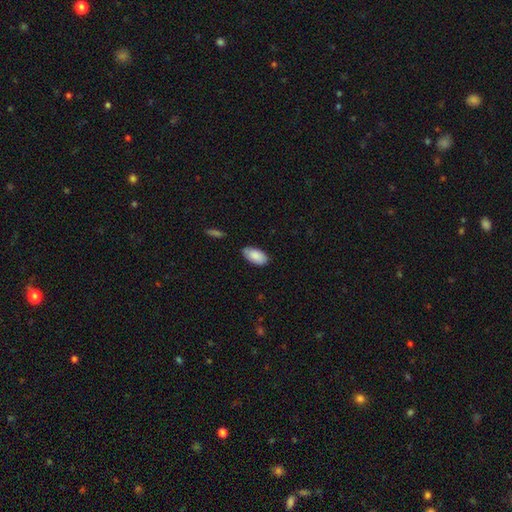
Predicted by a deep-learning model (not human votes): The model was most divided on "merging": none: 78%, minor disturbance: 18%, major disturbance: 3%, merger: 2%. More confident: how rounded — in between (95%); smooth or featured — smooth (88%).